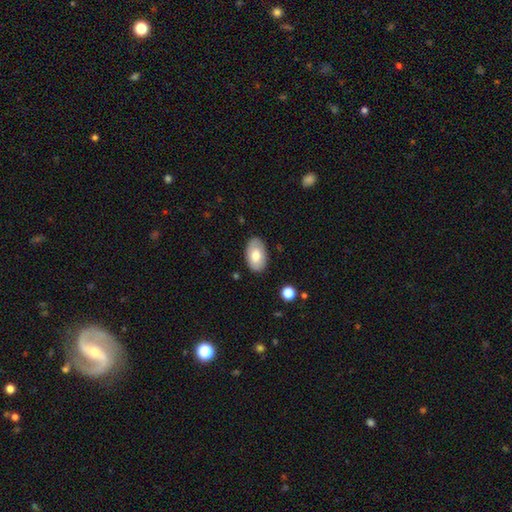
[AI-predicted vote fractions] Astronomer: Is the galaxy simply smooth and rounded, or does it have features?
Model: smooth — 74%.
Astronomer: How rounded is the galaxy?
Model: in between — 93%.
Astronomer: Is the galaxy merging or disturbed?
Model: none — 85%.